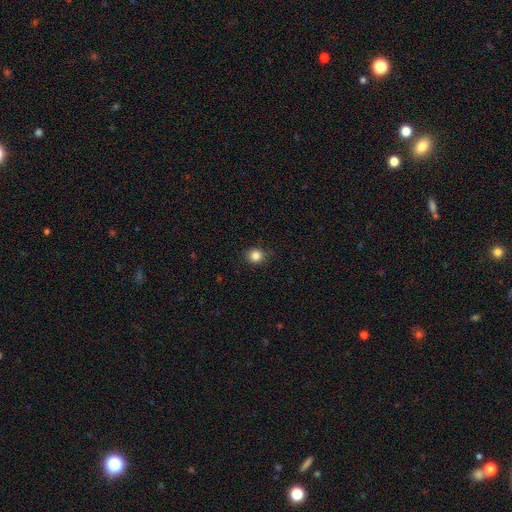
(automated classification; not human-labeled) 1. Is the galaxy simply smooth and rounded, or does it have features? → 85% smooth, 11% star or artifact, 4% featured or disk.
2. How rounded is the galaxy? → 84% round, 15% in between, 1% cigar-shaped.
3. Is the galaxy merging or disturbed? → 88% none, 9% minor disturbance, 2% major disturbance, 1% merger.